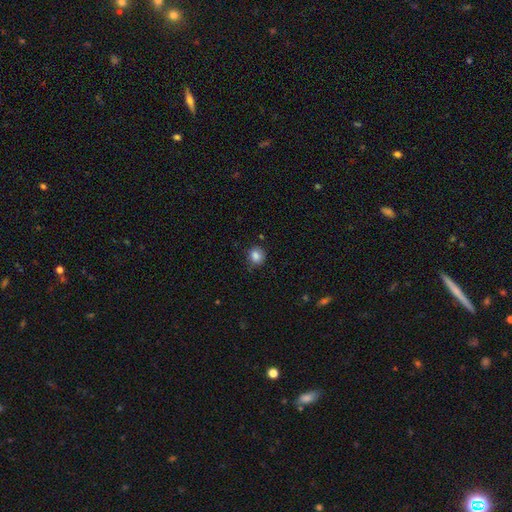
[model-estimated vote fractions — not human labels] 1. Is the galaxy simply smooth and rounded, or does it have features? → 84% smooth, 10% star or artifact, 6% featured or disk.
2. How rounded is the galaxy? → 79% round, 20% in between, 1% cigar-shaped.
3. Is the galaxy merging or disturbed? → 78% none, 17% minor disturbance, 4% major disturbance, 2% merger.